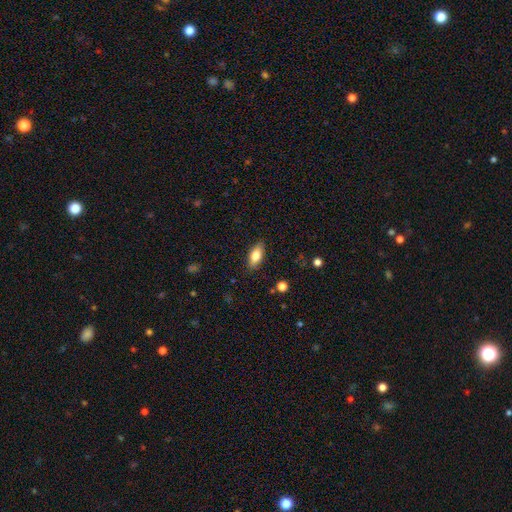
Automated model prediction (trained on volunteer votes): This appears to be a smooth galaxy with no disk features (79%) that is in between round and cigar-shaped (84%). Merging: none (87%).